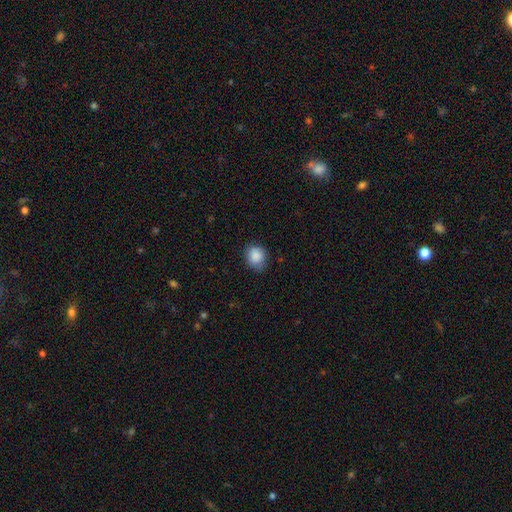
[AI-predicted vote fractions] Smooth or featured: smooth — 87% (star or artifact — 8%)
How rounded: round — 69% (in between — 30%)
Merging: none — 71% (minor disturbance — 23%)